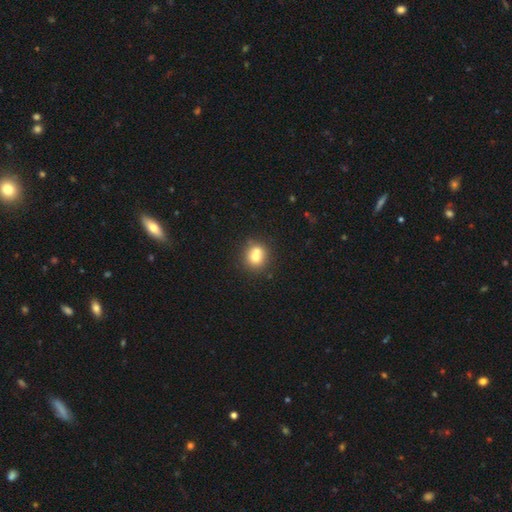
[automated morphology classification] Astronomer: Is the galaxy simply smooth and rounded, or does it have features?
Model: smooth — 70%.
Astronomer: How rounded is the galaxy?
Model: round — 83%.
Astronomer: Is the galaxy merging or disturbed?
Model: none — 47% (runner-up: merger, 40%).